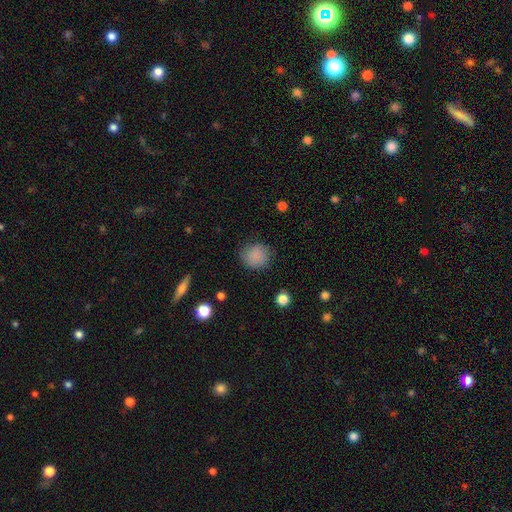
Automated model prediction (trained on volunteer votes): Q: Smooth or featured?
A: smooth (85%); runner-up: star or artifact (9%)
Q: How rounded?
A: round (81%); runner-up: in between (18%)
Q: Merging?
A: none (80%); runner-up: minor disturbance (15%)